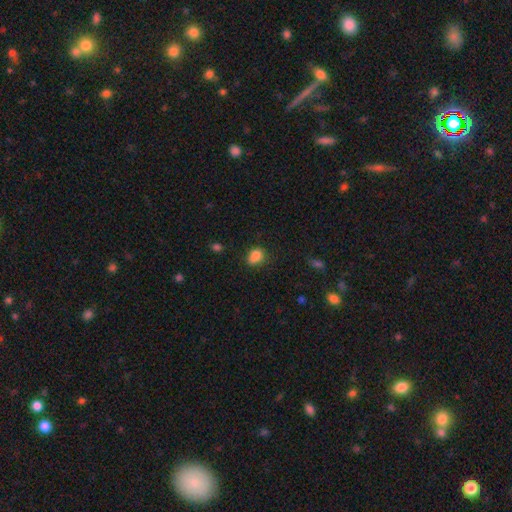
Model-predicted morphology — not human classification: This is clearly a smooth galaxy (84%). How rounded: likely in between (63%). Merging: likely none (65%).